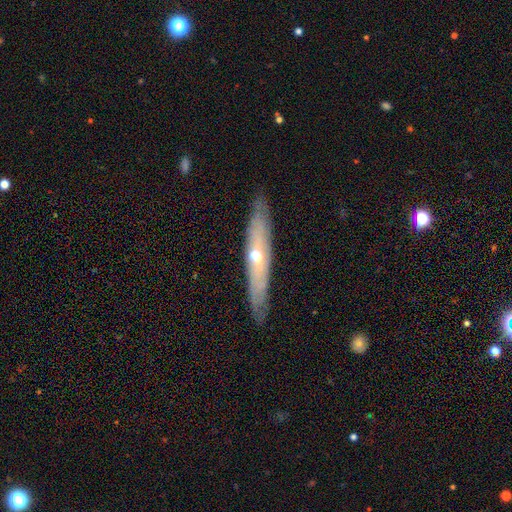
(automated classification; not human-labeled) The model was most divided on "smooth or featured": featured or disk: 60%, smooth: 33%, star or artifact: 7%. More confident: merging — none (82%); edge-on disk — yes (64%).